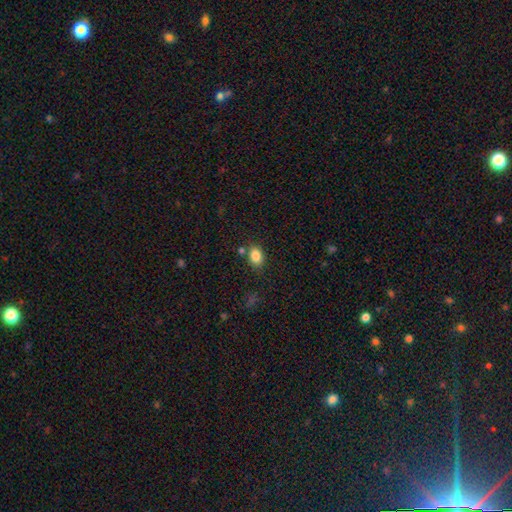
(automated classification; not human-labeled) smooth-or-featured: smooth: 85% | star or artifact: 9% | featured or disk: 5%
  how-rounded: in between: 74% | round: 24% | cigar-shaped: 1%
  merging: none: 77% | minor disturbance: 12% | merger: 7% | major disturbance: 3%